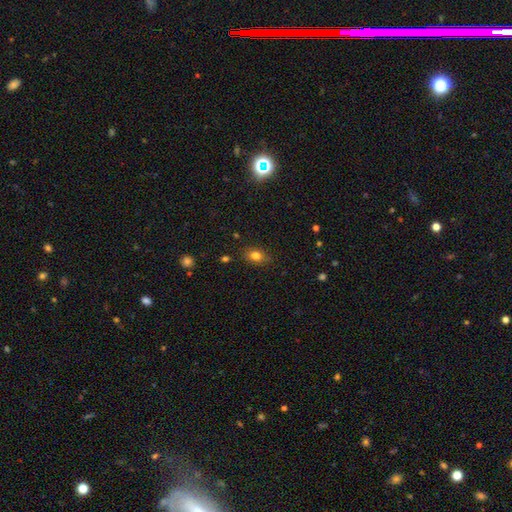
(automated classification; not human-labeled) Q: Smooth or featured?
A: smooth (81%); runner-up: star or artifact (11%)
Q: How rounded?
A: in between (70%); runner-up: round (29%)
Q: Merging?
A: none (82%); runner-up: minor disturbance (13%)